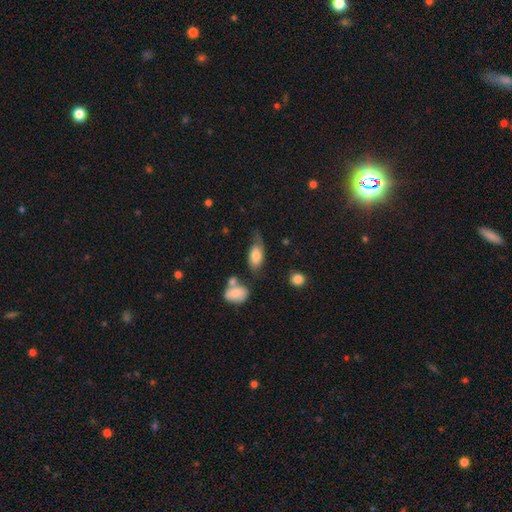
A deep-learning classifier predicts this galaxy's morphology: Overall: smooth (67%). How rounded: in between (90%). Merging: none (41%; minor disturbance 32%).